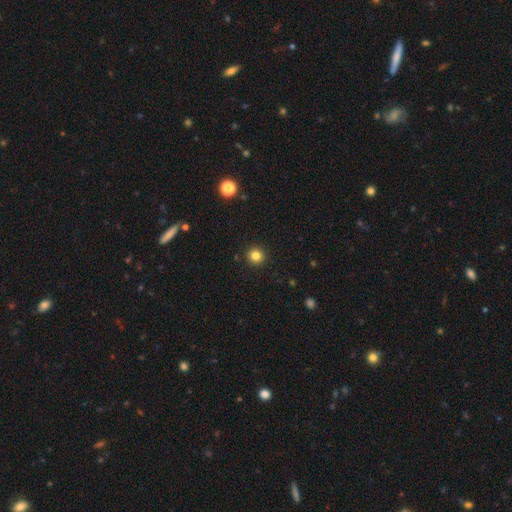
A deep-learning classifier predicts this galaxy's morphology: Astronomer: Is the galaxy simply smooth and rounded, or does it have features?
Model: smooth — 83%.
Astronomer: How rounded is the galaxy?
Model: round — 95%.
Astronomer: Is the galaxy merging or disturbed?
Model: none — 93%.